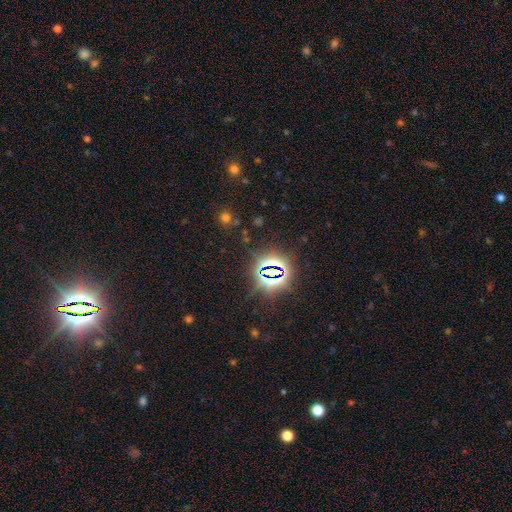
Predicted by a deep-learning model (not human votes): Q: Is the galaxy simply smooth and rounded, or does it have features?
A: star or artifact — 82%.